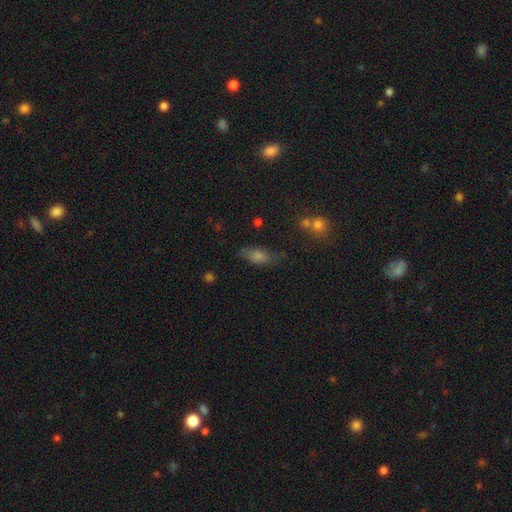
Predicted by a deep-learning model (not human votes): smooth-or-featured: smooth: 61% | featured or disk: 20% | star or artifact: 19%
  how-rounded: in between: 75% | cigar-shaped: 19% | round: 7%
  merging: none: 70% | minor disturbance: 20% | major disturbance: 7% | merger: 3%